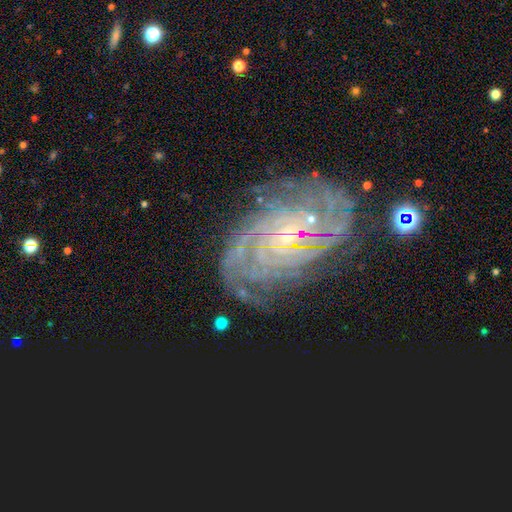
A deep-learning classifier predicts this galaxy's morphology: Smooth or featured: featured or disk — 87% (star or artifact — 8%)
Edge-on disk: no — 97% (yes — 3%)
Bar: no — 60% (weak — 30%)
Spiral arms: yes — 98% (no — 2%)
Spiral winding: tight — 78% (medium — 18%)
Spiral arm count: more than 4 — 28% (can't tell — 23%)
Bulge size: small — 83% (moderate — 12%)
Merging: none — 75% (minor disturbance — 15%)